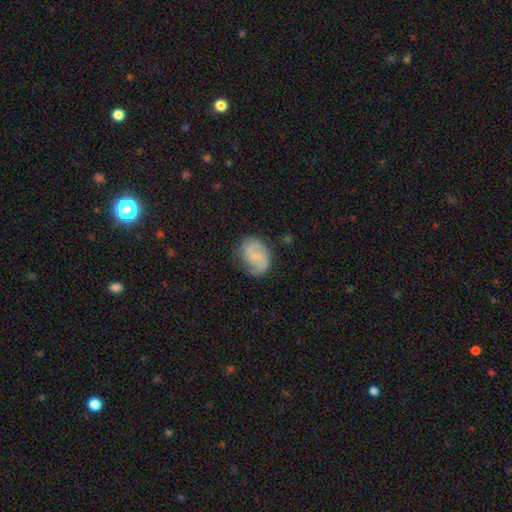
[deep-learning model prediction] smooth_or_featured: featured or disk (p=0.65) [alt: smooth p=0.28]
disk_edge_on: no (p=0.98) [alt: yes p=0.02]
bar: no (p=0.48) [alt: weak p=0.43]
has_spiral_arms: yes (p=0.92) [alt: no p=0.08]
spiral_winding: medium (p=0.45) [alt: loose p=0.33]
spiral_arm_count: 2 (p=0.84) [alt: can't tell p=0.08]
bulge_size: small (p=0.51) [alt: none p=0.33]
merging: none (p=0.70) [alt: minor disturbance p=0.21]